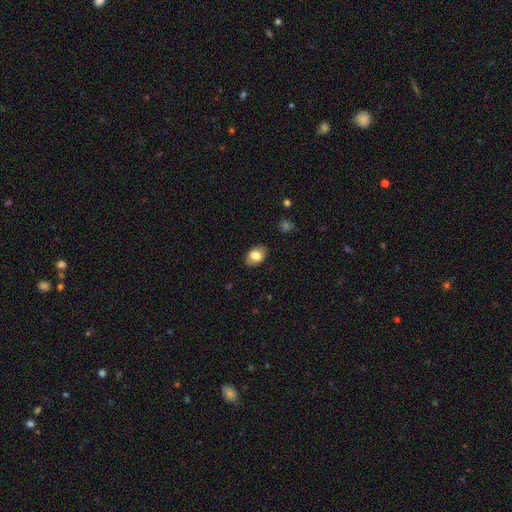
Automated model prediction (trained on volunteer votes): Smooth or featured?
  - smooth: 79% *
  - featured or disk: 13%
  - star or artifact: 8%
How rounded?
  - in between: 82% *
  - round: 17%
  - cigar-shaped: 1%
Merging?
  - none: 85% *
  - minor disturbance: 12%
  - major disturbance: 3%
  - merger: 1%